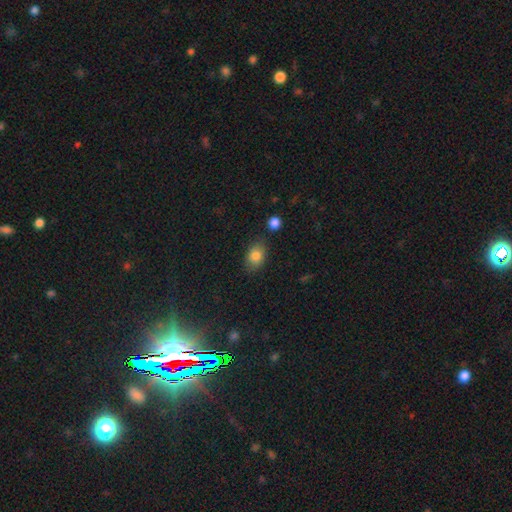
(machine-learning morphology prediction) smooth 83%, star or artifact 9%, featured or disk 8%. Down the decision tree: how rounded — in between (79%); merging — none (79%).